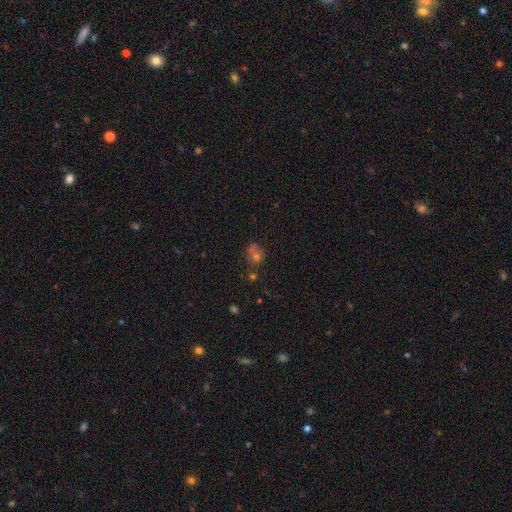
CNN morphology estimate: smooth-or-featured: smooth: 53% | star or artifact: 29% | featured or disk: 18%
  how-rounded: round: 73% | in between: 26% | cigar-shaped: 1%
  merging: none: 49% | merger: 29% | minor disturbance: 13% | major disturbance: 8%